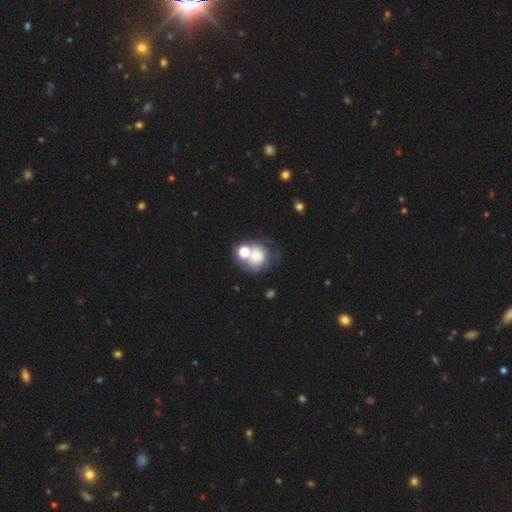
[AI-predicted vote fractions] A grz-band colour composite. It shows a smooth galaxy with no disk features (62%) that is round (73%). Merging: merger (37%).